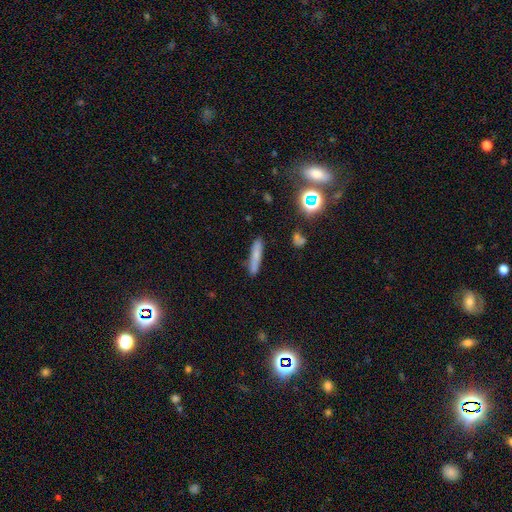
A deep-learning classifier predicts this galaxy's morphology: Overall: smooth (69%). How rounded: cigar-shaped (87%). Merging: none (83%).